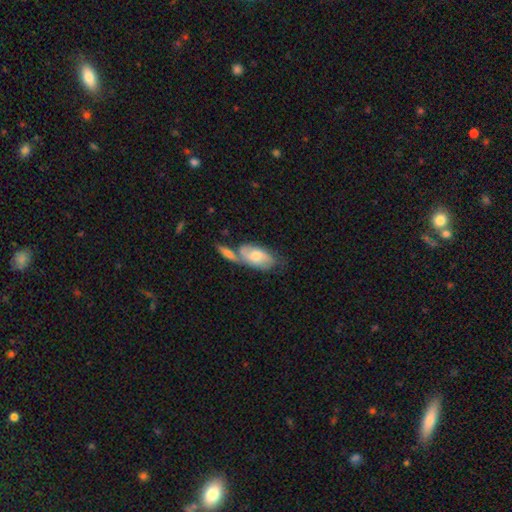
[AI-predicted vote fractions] A featured or disk galaxy (47%, tied with smooth).

Vote fractions:
- Smooth or featured? featured or disk: 47% (tied) / smooth: 47% (tied) / star or artifact: 6%
- Merging? merger: 44% / none: 32% / minor disturbance: 16% / major disturbance: 8%